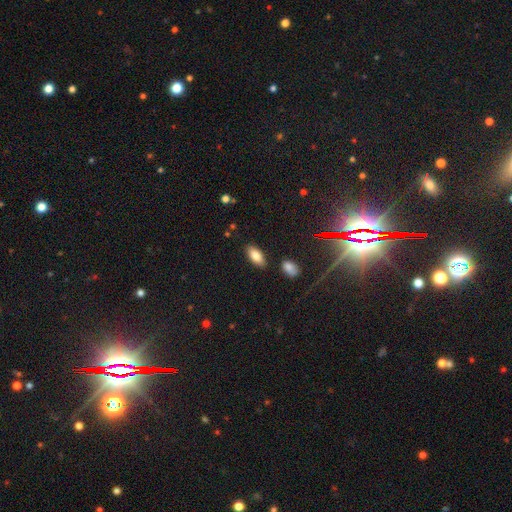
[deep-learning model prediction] Smooth or featured: smooth — 83% (featured or disk — 8%)
How rounded: in between — 90% (cigar-shaped — 7%)
Merging: none — 84% (minor disturbance — 10%)